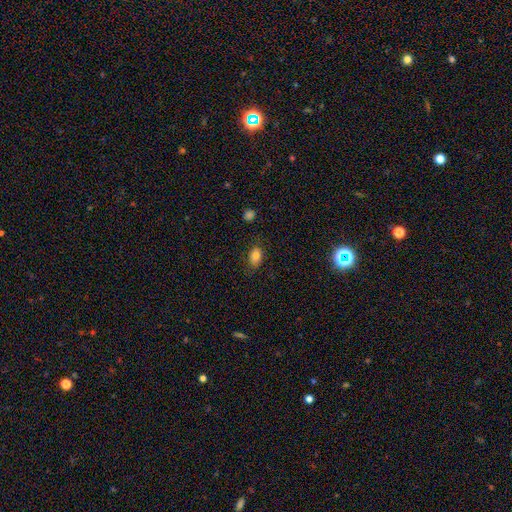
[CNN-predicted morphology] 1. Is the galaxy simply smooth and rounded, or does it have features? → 83% smooth, 10% star or artifact, 8% featured or disk.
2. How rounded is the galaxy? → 84% in between, 14% round, 2% cigar-shaped.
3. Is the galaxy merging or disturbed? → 79% none, 16% minor disturbance, 4% major disturbance, 1% merger.